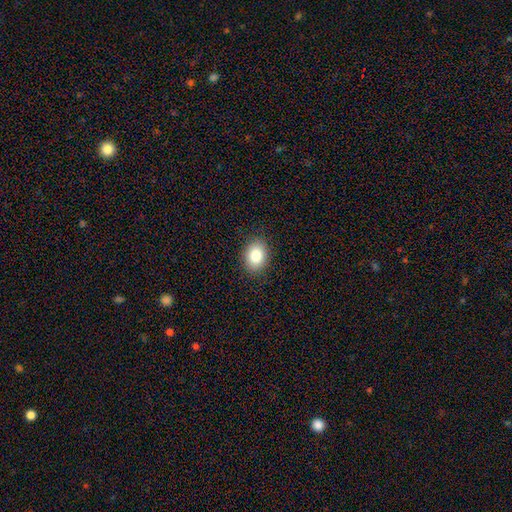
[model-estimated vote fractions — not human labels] The model was most divided on "how rounded": in between: 68%, round: 31%, cigar-shaped: 1%. More confident: merging — none (88%); smooth or featured — smooth (84%).